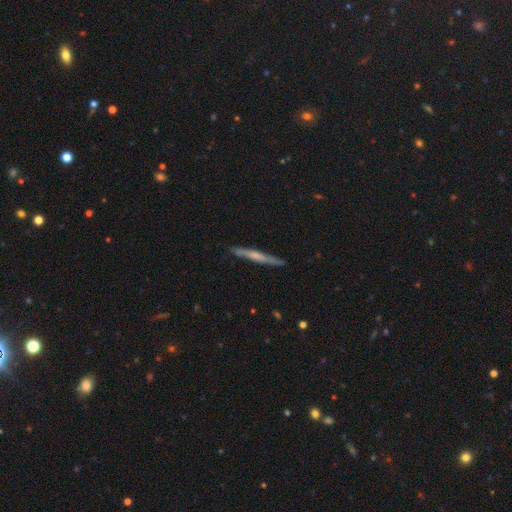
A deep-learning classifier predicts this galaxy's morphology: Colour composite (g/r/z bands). It shows a featured or disk galaxy (54%) viewed edge-on (95%) with no central bulge (57%). Merging: none (88%).